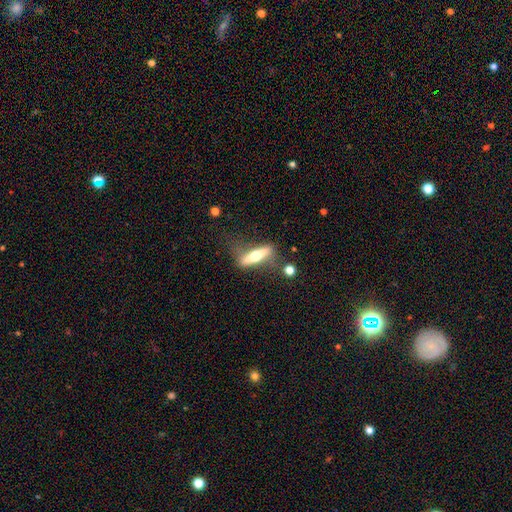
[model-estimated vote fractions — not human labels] Smooth or featured?
  - featured or disk: 53% *
  - smooth: 41%
  - star or artifact: 6%
Edge-on disk?
  - yes: 81% *
  - no: 19%
Merging?
  - none: 62% *
  - minor disturbance: 20%
  - major disturbance: 13%
  - merger: 5%